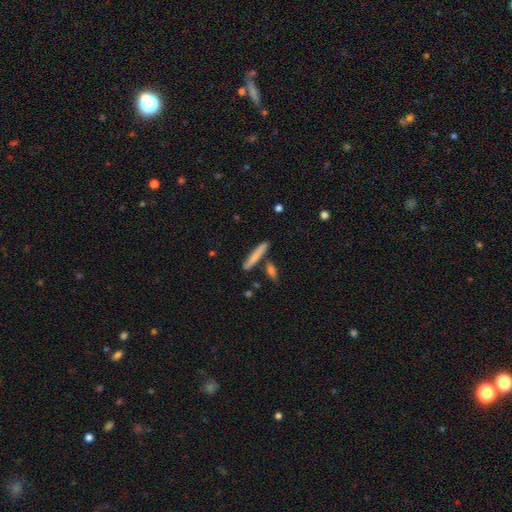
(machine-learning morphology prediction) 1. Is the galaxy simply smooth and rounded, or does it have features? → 75% smooth, 19% featured or disk, 6% star or artifact.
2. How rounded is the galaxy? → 92% cigar-shaped, 6% in between, 2% round.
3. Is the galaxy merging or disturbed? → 80% none, 10% minor disturbance, 8% merger, 2% major disturbance.